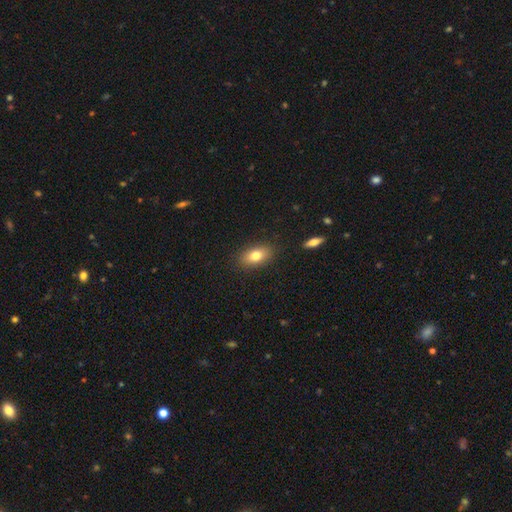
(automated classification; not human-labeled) The model was most divided on "smooth or featured": smooth: 79%, featured or disk: 13%, star or artifact: 8%. More confident: how rounded — in between (87%); merging — none (87%).